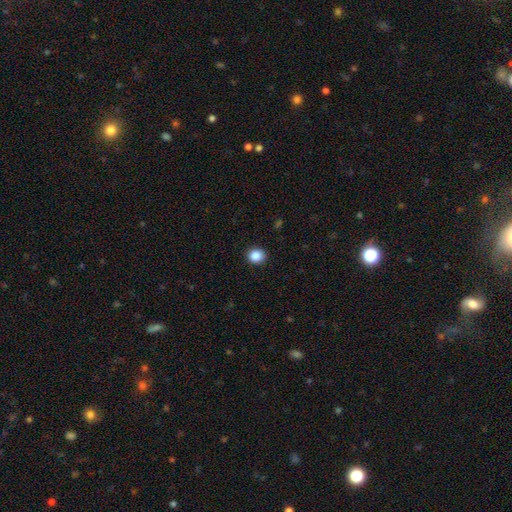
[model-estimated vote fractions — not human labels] Overall: smooth (87%). How rounded: round (78%). Merging: none (92%).